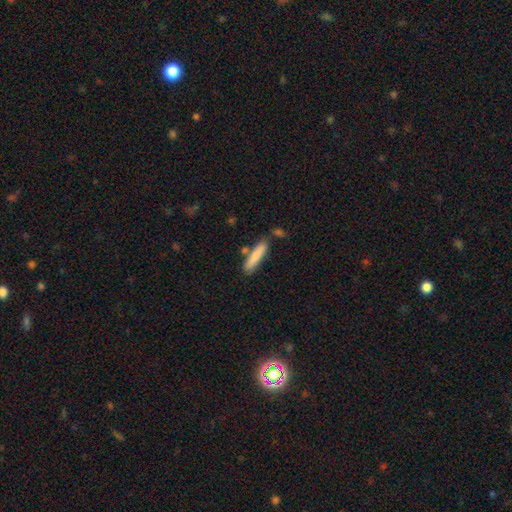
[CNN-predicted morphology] smooth 81%, featured or disk 13%, star or artifact 6%. Down the decision tree: how rounded — cigar-shaped (83%); merging — none (74%).